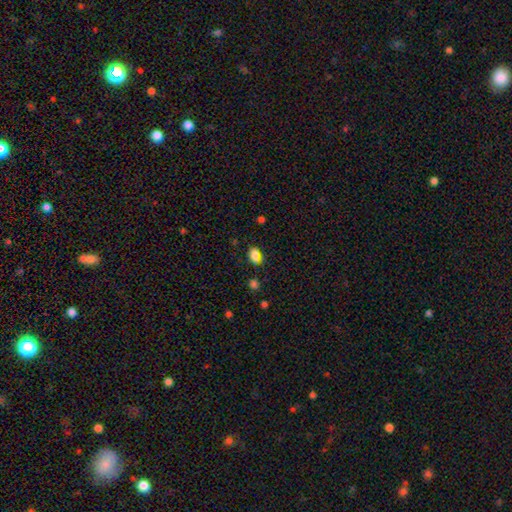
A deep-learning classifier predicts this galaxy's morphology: Smooth or featured?
  - smooth: 77% *
  - star or artifact: 16%
  - featured or disk: 7%
How rounded?
  - in between: 76% *
  - round: 21%
  - cigar-shaped: 3%
Merging?
  - none: 80% *
  - minor disturbance: 13%
  - merger: 3%
  - major disturbance: 3%